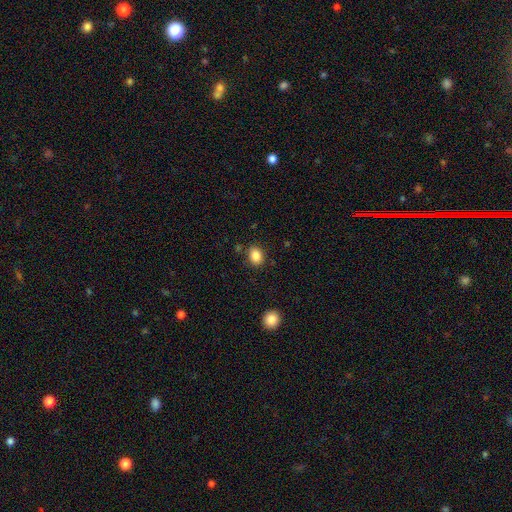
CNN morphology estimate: This is clearly a smooth galaxy (86%). How rounded: possibly in between (59%). Merging: clearly none (84%).